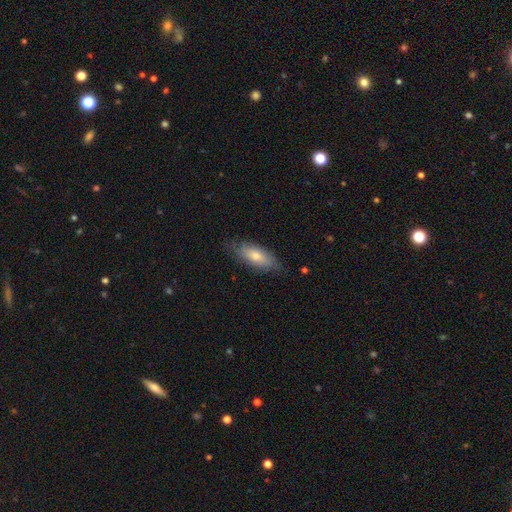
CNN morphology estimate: The model was most divided on "smooth or featured": smooth: 63%, featured or disk: 30%, star or artifact: 7%. More confident: merging — none (76%); how rounded — in between (72%).